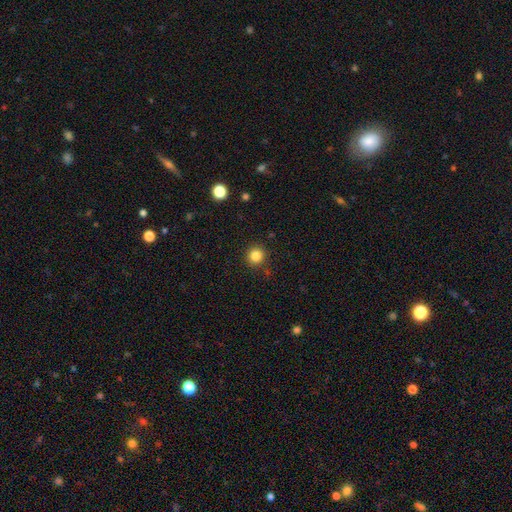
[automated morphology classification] Smooth or featured?
  - smooth: 84% *
  - star or artifact: 12%
  - featured or disk: 4%
How rounded?
  - round: 94% *
  - in between: 5%
  - cigar-shaped: 1%
Merging?
  - none: 90% *
  - minor disturbance: 6%
  - major disturbance: 2%
  - merger: 2%